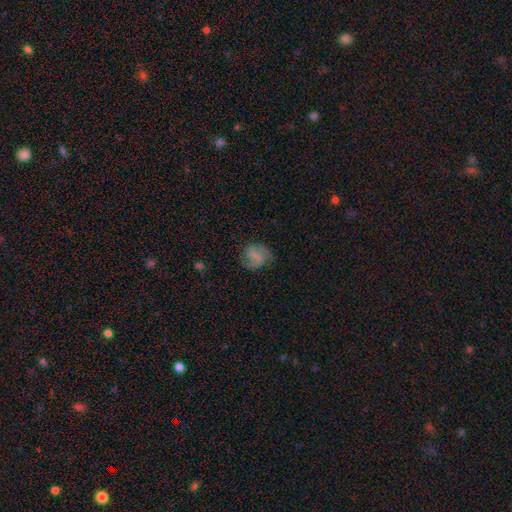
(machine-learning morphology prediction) type=featured or disk (55%); edge-on=no (98%); bar=weak (45%); spiral arms=yes (89%); bulge=none (54%); merging=none (74%).